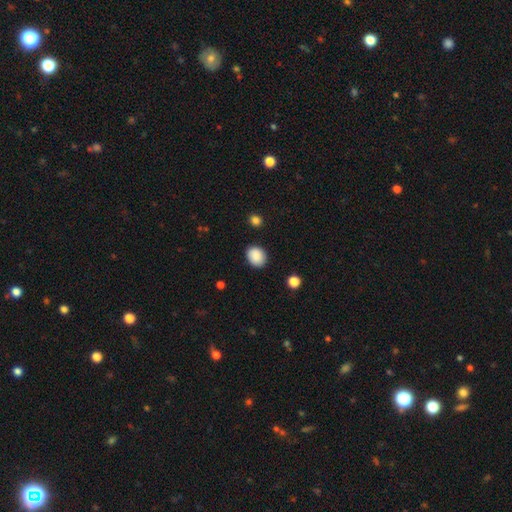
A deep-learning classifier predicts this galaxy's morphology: The model was most divided on "how rounded": round: 55%, in between: 44%, cigar-shaped: 1%. More confident: smooth or featured — smooth (88%); merging — none (87%).